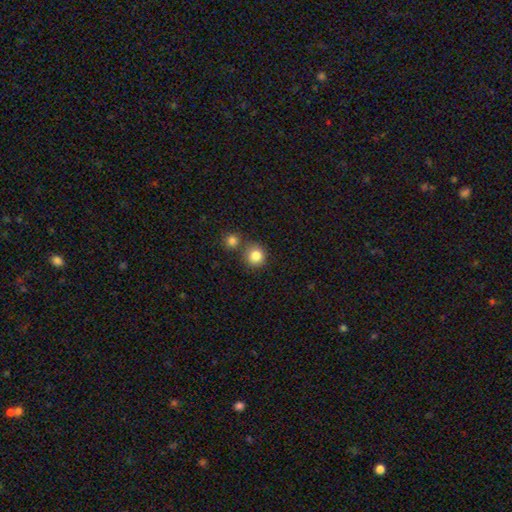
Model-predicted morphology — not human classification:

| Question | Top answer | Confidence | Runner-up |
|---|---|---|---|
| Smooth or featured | smooth | 85% | star or artifact (10%) |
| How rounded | round | 91% | in between (8%) |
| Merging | none | 69% | merger (19%) |